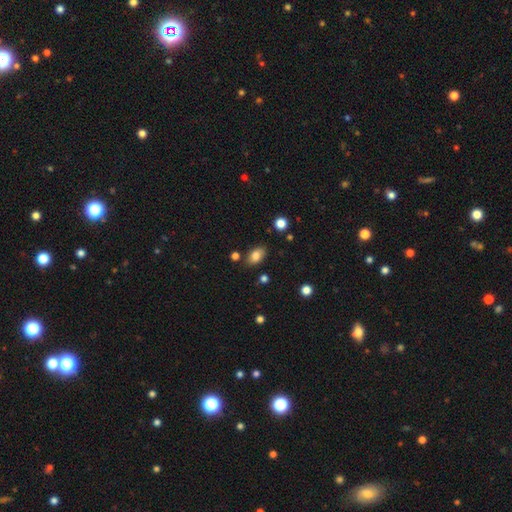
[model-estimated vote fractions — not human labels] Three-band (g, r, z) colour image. It shows a smooth galaxy with no disk features (81%) that is in between round and cigar-shaped (89%). Merging: none (80%).